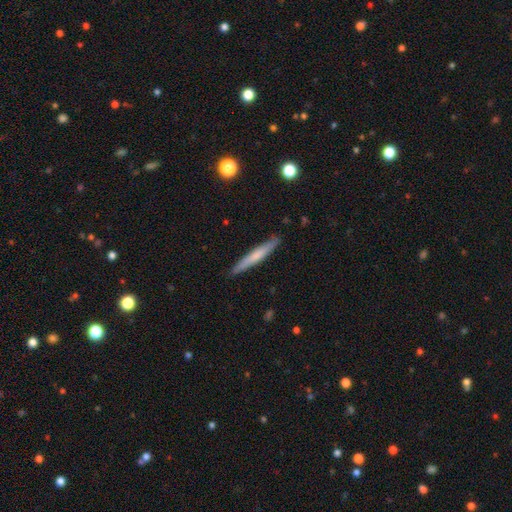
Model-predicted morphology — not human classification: smooth_or_featured: smooth (p=0.59) [alt: featured or disk p=0.35]
how_rounded: cigar-shaped (p=0.96) [alt: in between p=0.03]
merging: none (p=0.89) [alt: minor disturbance p=0.08]